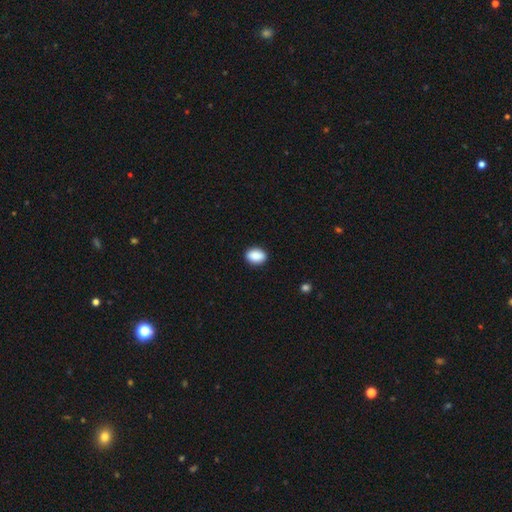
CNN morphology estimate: smooth-or-featured: smooth: 89% | star or artifact: 7% | featured or disk: 3%
  how-rounded: in between: 76% | round: 23% | cigar-shaped: 1%
  merging: none: 89% | minor disturbance: 8% | major disturbance: 2% | merger: 1%